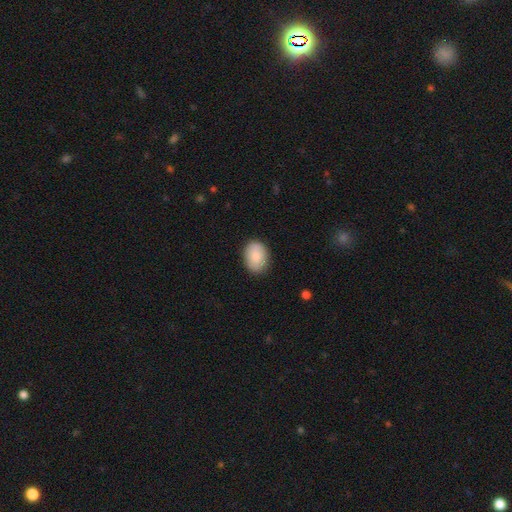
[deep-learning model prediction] A smooth galaxy with no disk features (88%) that is in between round and cigar-shaped (78%).

Vote fractions:
- Smooth or featured? smooth: 88% / star or artifact: 6% / featured or disk: 6%
- How rounded? in between: 78% / round: 21% / cigar-shaped: 1%
- Merging? none: 87% / minor disturbance: 9% / major disturbance: 2% / merger: 1%